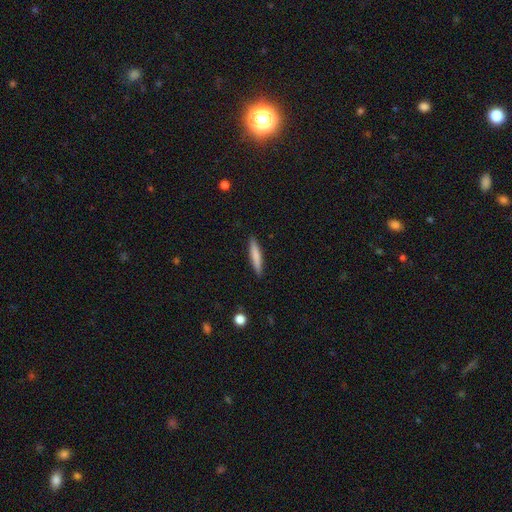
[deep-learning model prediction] This is likely a smooth galaxy (78%). How rounded: clearly cigar-shaped (90%). Merging: clearly none (90%).